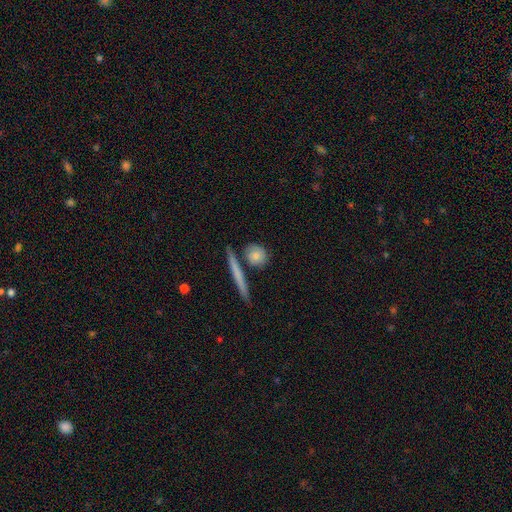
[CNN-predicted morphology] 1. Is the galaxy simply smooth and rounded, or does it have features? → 74% smooth, 20% featured or disk, 6% star or artifact.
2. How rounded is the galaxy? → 59% round, 21% cigar-shaped, 20% in between.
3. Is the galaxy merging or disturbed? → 71% none, 14% minor disturbance, 11% merger, 4% major disturbance.